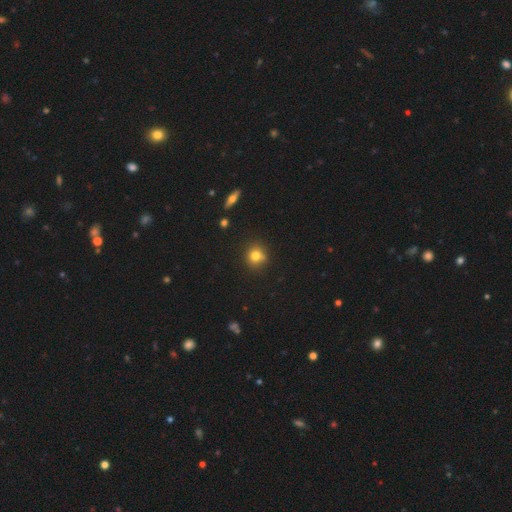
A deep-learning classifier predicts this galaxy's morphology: The model was most divided on "merging": none: 75%, minor disturbance: 14%, merger: 8%, major disturbance: 3%. More confident: how rounded — round (86%); smooth or featured — smooth (77%).